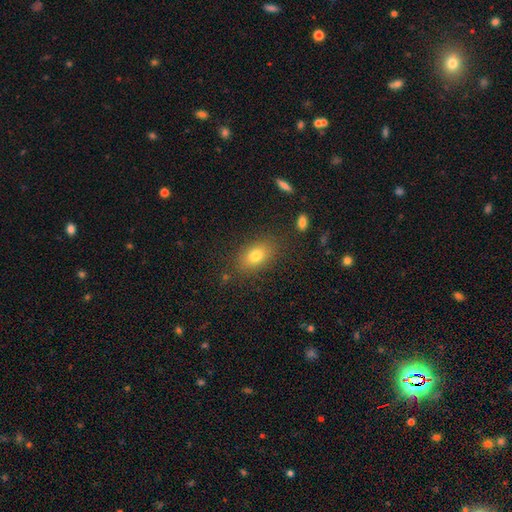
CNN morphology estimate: Q: Smooth or featured?
A: smooth (79%); runner-up: featured or disk (11%)
Q: How rounded?
A: in between (85%); runner-up: round (12%)
Q: Merging?
A: none (83%); runner-up: minor disturbance (11%)